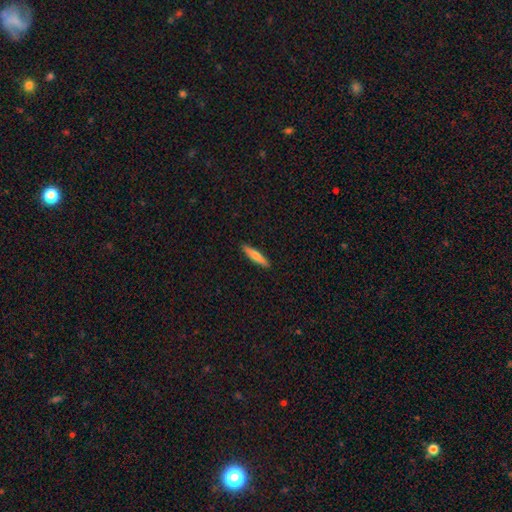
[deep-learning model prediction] Morphology: type=smooth (71%); roundness=cigar-shaped (86%); merging=none (91%).